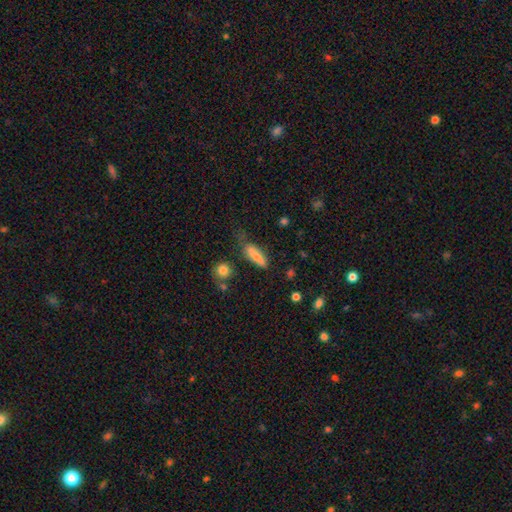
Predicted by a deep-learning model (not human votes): Smooth or featured? Predicted: smooth (p=0.76). How rounded? Predicted: cigar-shaped (p=0.59). Merging? Predicted: none (p=0.58).